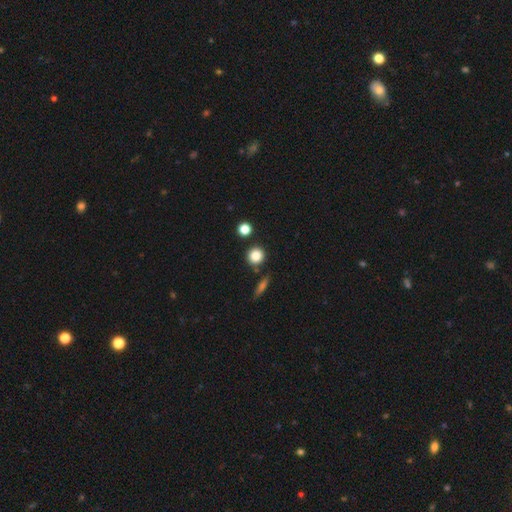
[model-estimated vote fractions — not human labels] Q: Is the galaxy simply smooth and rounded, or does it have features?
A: smooth — 83%.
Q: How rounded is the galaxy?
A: round — 91%.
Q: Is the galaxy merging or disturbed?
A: none — 85%.